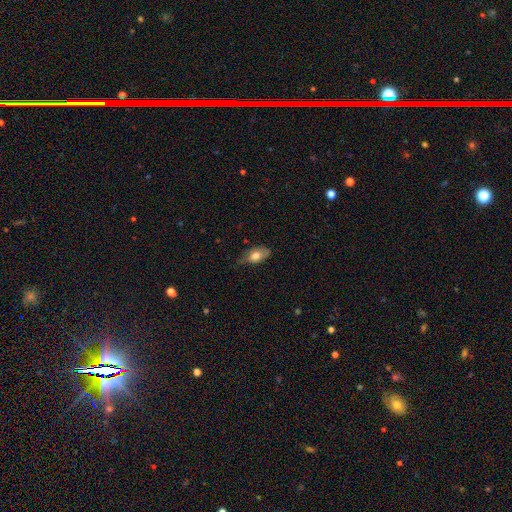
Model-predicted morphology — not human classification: smooth 68%, featured or disk 25%, star or artifact 7%. Down the decision tree: how rounded — in between (86%); merging — none (56%).